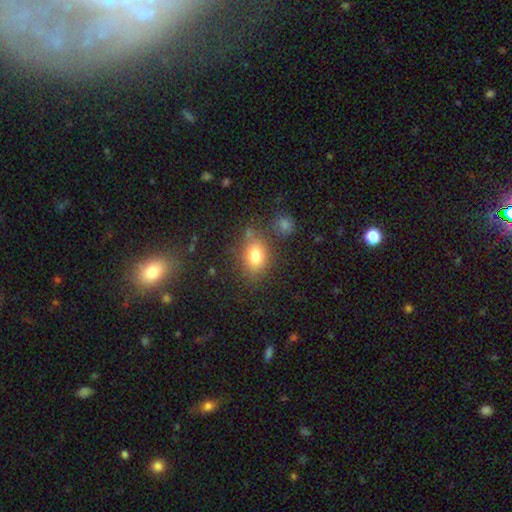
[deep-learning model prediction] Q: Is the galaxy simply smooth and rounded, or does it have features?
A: smooth — 79%.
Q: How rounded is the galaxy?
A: in between — 65%.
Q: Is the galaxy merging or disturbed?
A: none — 72%.